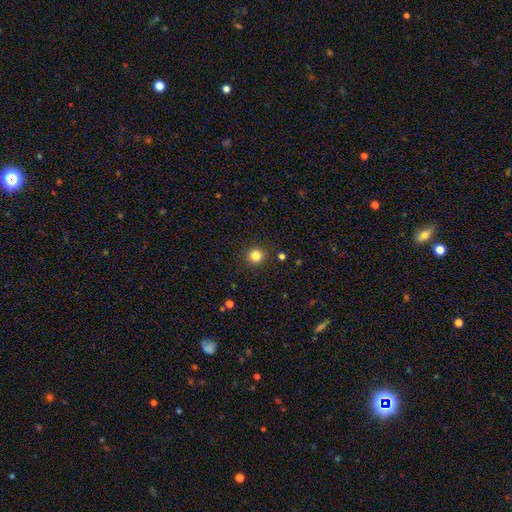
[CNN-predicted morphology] A smooth galaxy with no disk features (83%) that is round (94%).

Vote fractions:
- Smooth or featured? smooth: 83% / star or artifact: 12% / featured or disk: 4%
- How rounded? round: 94% / in between: 5% / cigar-shaped: 1%
- Merging? none: 91% / minor disturbance: 6% / major disturbance: 2% / merger: 1%